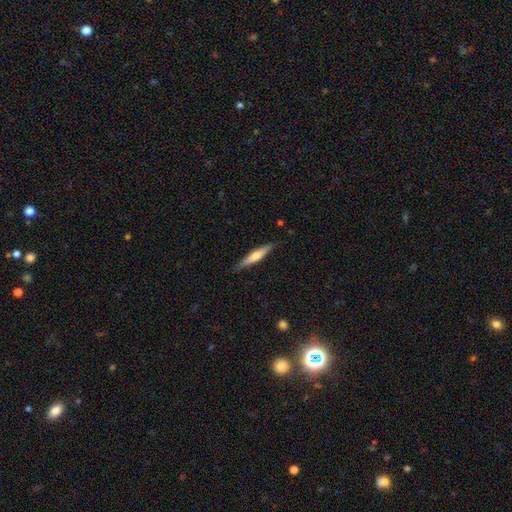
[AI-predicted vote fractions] A smooth galaxy with no disk features (53%) that is cigar-shaped (89%). Merging: none (86%).